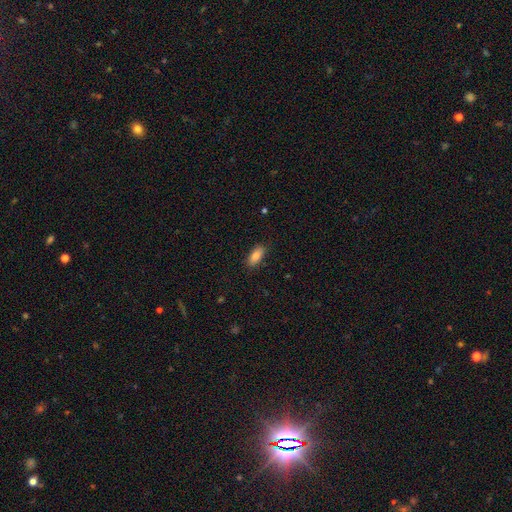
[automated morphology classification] This is clearly a smooth galaxy (84%). How rounded: clearly in between (87%). Merging: clearly none (87%).